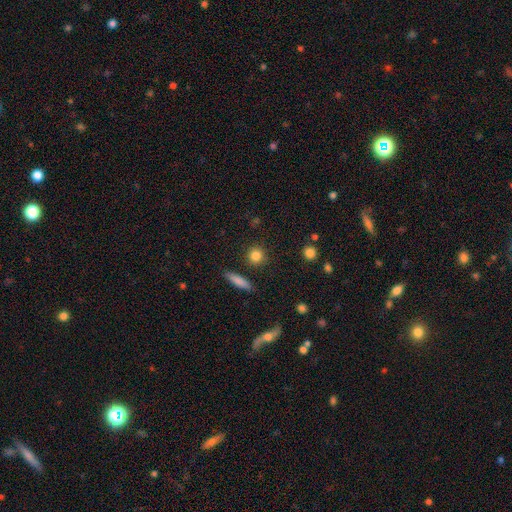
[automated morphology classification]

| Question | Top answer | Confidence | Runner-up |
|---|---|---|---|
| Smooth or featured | smooth | 83% | star or artifact (10%) |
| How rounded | round | 88% | in between (9%) |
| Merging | none | 89% | minor disturbance (7%) |